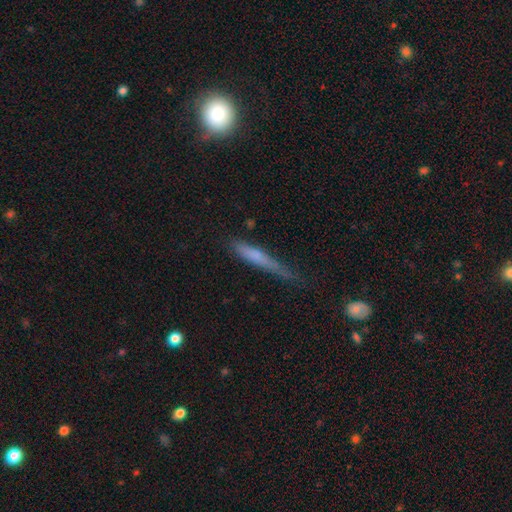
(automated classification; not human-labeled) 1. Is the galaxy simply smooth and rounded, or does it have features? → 63% smooth, 30% featured or disk, 7% star or artifact.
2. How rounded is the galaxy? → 92% cigar-shaped, 6% in between, 2% round.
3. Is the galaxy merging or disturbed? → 55% none, 31% minor disturbance, 10% major disturbance, 3% merger.